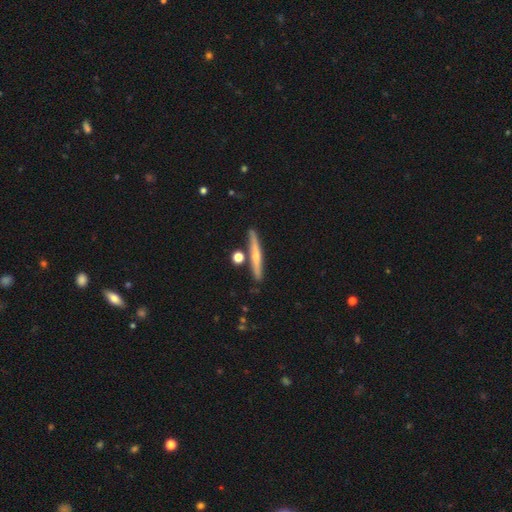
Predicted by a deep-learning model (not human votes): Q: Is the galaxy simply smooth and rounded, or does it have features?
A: featured or disk — 50%.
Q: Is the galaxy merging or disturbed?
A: none — 81%.